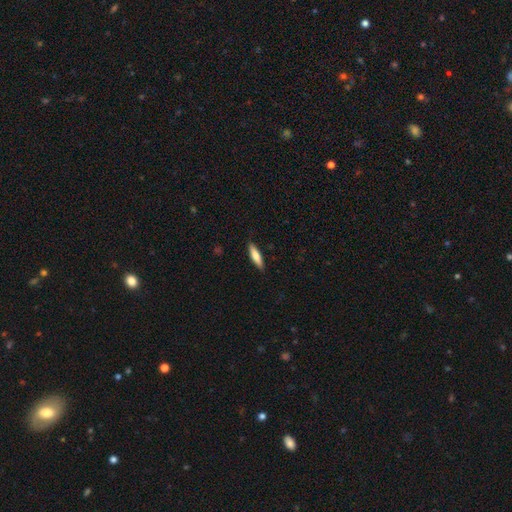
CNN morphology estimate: Smooth or featured?
  - smooth: 73% *
  - featured or disk: 21%
  - star or artifact: 6%
How rounded?
  - cigar-shaped: 71% *
  - in between: 28%
  - round: 2%
Merging?
  - none: 89% *
  - minor disturbance: 8%
  - major disturbance: 2%
  - merger: 1%